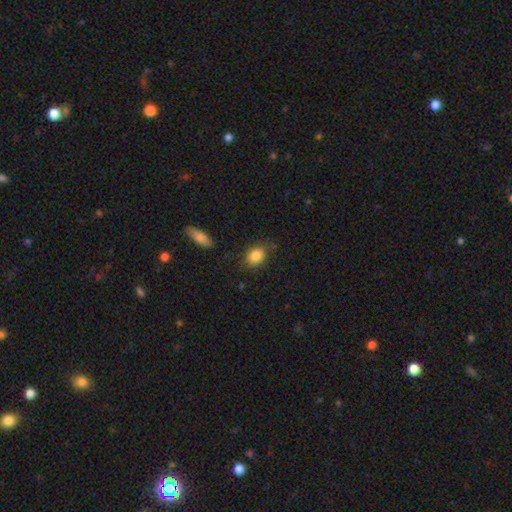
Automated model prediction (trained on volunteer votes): Overall: smooth (86%). How rounded: in between (64%; round 35%). Merging: none (79%).